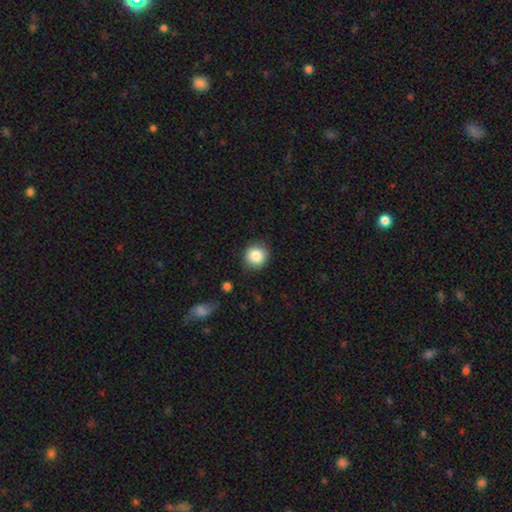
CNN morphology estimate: This is clearly a smooth galaxy (86%). How rounded: clearly round (91%). Merging: clearly none (87%).